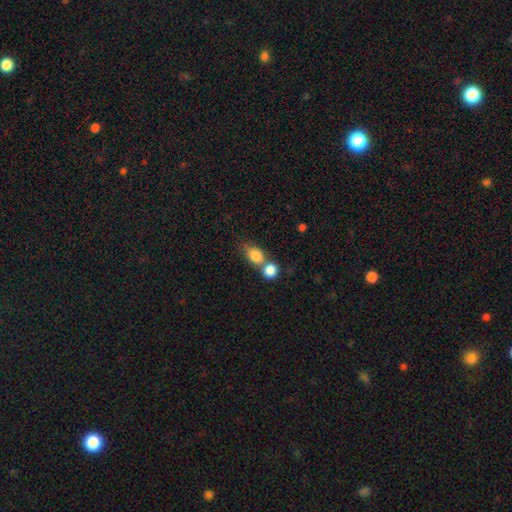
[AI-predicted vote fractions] smooth 82%, featured or disk 9%, star or artifact 9%. Down the decision tree: how rounded — in between (56%); merging — merger (54%).